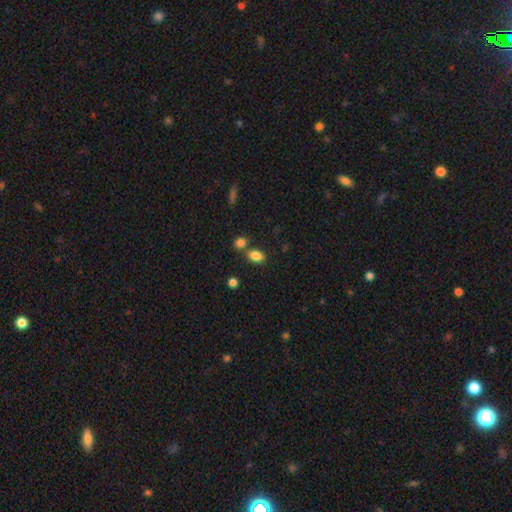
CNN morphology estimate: Smooth or featured? Predicted: smooth (p=0.84). How rounded? Predicted: in between (p=0.82). Merging? Predicted: none (p=0.63).